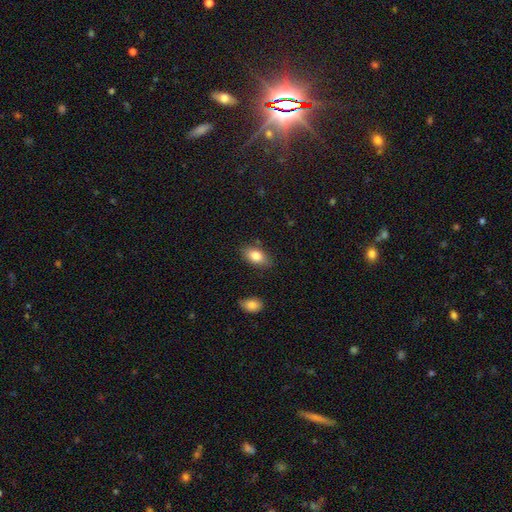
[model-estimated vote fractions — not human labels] smooth_or_featured: smooth (p=0.83) [alt: featured or disk p=0.10]
how_rounded: in between (p=0.89) [alt: round p=0.07]
merging: none (p=0.80) [alt: minor disturbance p=0.14]